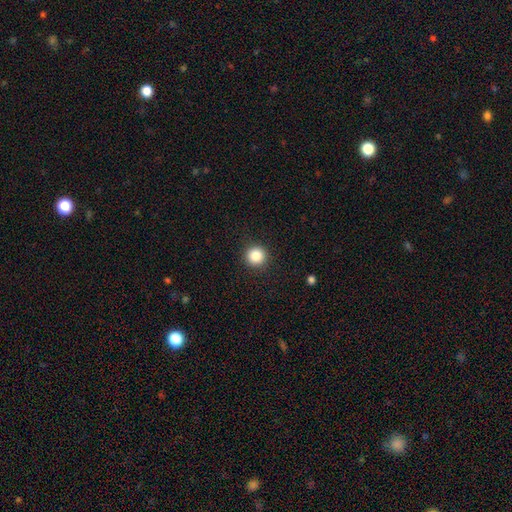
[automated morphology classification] smooth_or_featured: smooth (p=0.86) [alt: star or artifact p=0.10]
how_rounded: round (p=0.95) [alt: in between p=0.04]
merging: none (p=0.92) [alt: minor disturbance p=0.05]